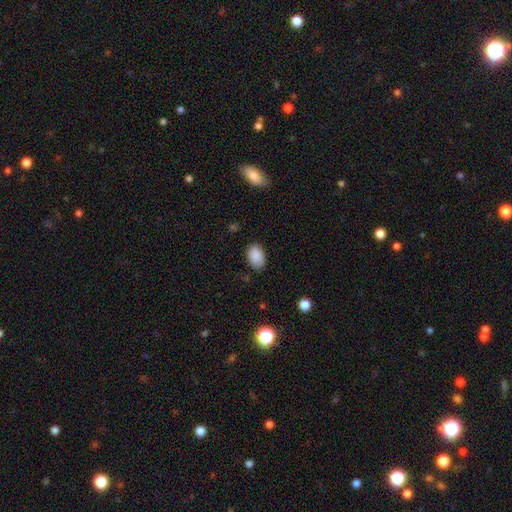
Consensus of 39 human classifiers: A smooth galaxy with no disk features (95%) that is in between round and cigar-shaped (86%).

Vote fractions:
- Smooth or featured? smooth: 95% / star or artifact: 5% / featured or disk: 0%
- How rounded? in between: 86% / round: 14% / cigar-shaped: 0%
- Merging? none: 76% / minor disturbance: 22% / major disturbance: 3% / merger: 0%